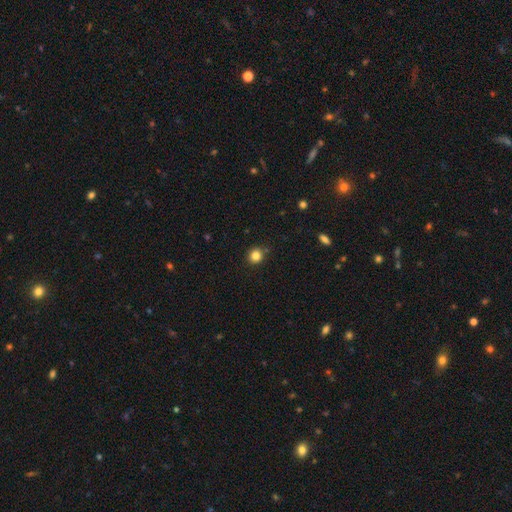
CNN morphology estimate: smooth 84%, star or artifact 12%, featured or disk 5%. Down the decision tree: how rounded — round (89%); merging — none (87%).